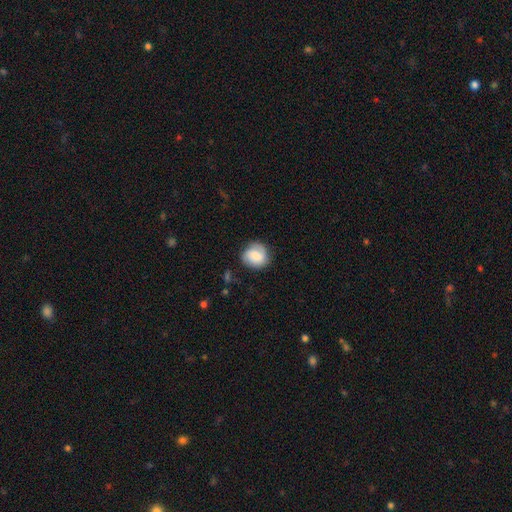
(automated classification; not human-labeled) Overall: smooth (64%; featured or disk 28%). How rounded: round (84%). Merging: none (76%).